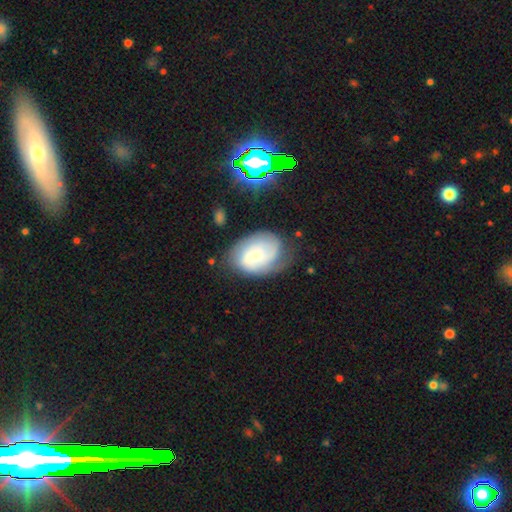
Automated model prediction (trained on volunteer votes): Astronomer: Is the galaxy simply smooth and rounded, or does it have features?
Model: featured or disk — 57% (runner-up: smooth, 34%).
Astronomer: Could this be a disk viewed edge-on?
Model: no — 96%.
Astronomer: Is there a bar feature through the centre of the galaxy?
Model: no — 73%.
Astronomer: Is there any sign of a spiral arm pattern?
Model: yes — 85%.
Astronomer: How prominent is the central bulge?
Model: small — 71%.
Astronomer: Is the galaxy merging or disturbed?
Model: none — 58%.